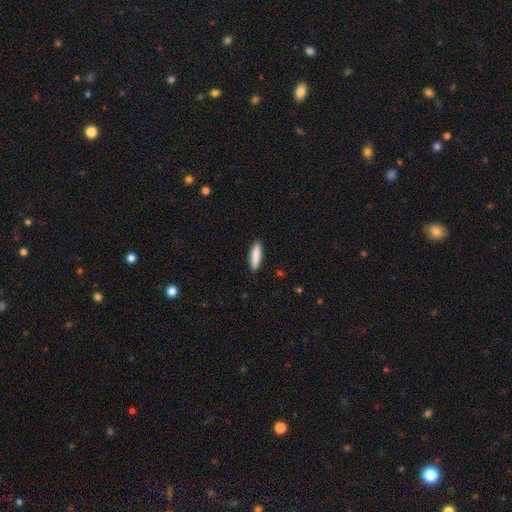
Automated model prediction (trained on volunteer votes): Smooth or featured: smooth — 88% (featured or disk — 7%)
How rounded: cigar-shaped — 66% (in between — 32%)
Merging: none — 90% (minor disturbance — 7%)